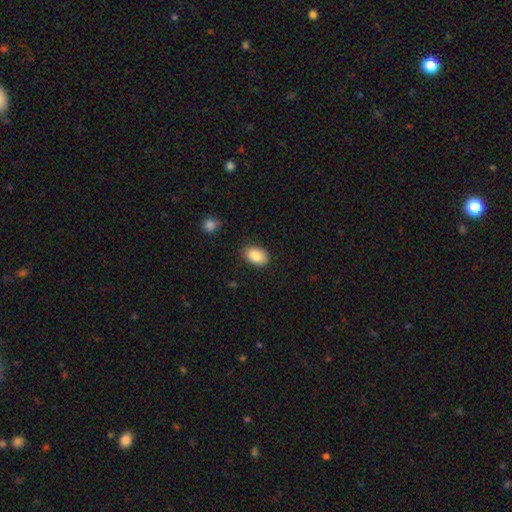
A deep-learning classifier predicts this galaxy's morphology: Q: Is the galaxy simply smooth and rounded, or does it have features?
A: smooth — 87%.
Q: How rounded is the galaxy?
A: in between — 87%.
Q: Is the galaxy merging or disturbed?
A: none — 85%.